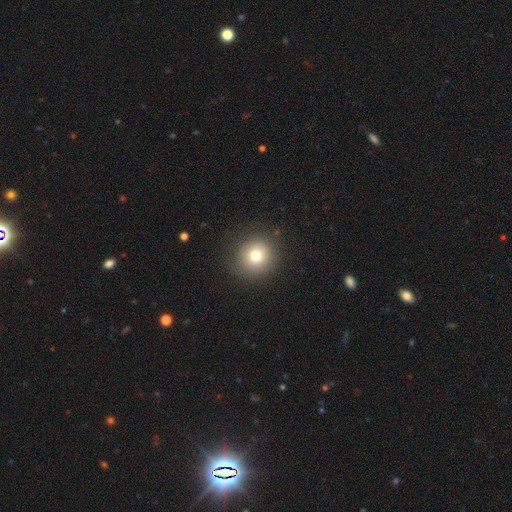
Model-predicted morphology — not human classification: This appears to be a smooth galaxy with no disk features (75%) that is round (92%). Merging: none (86%).